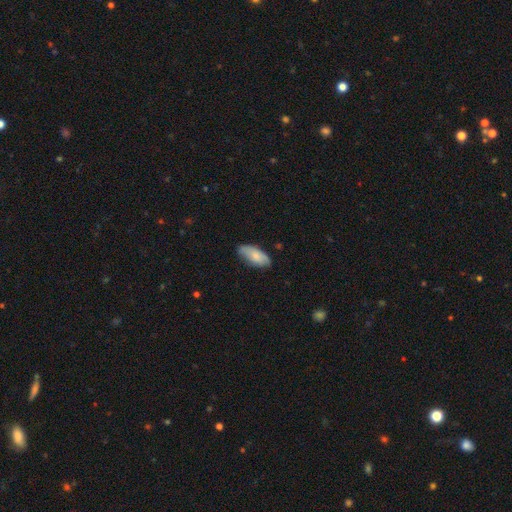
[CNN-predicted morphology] smooth_or_featured: smooth (p=0.77) [alt: featured or disk p=0.17]
how_rounded: in between (p=0.89) [alt: cigar-shaped p=0.09]
merging: none (p=0.71) [alt: minor disturbance p=0.24]